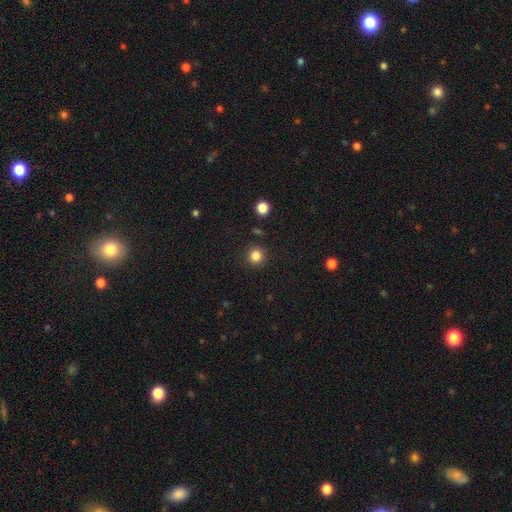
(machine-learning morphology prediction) type=smooth (84%); roundness=round (93%); merging=none (89%).